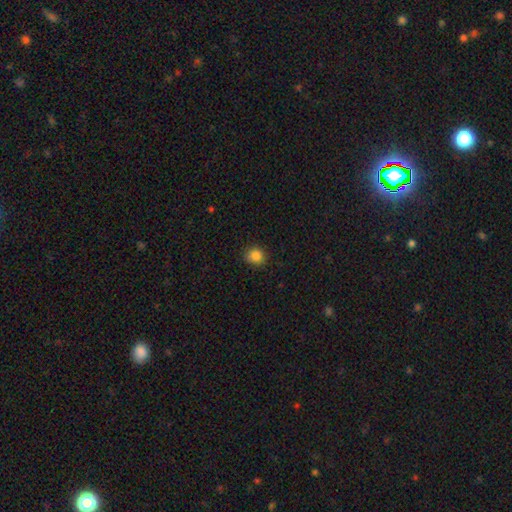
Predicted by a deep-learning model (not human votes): Smooth or featured? smooth (85%)
How rounded? round (81%)
Merging? none (86%)